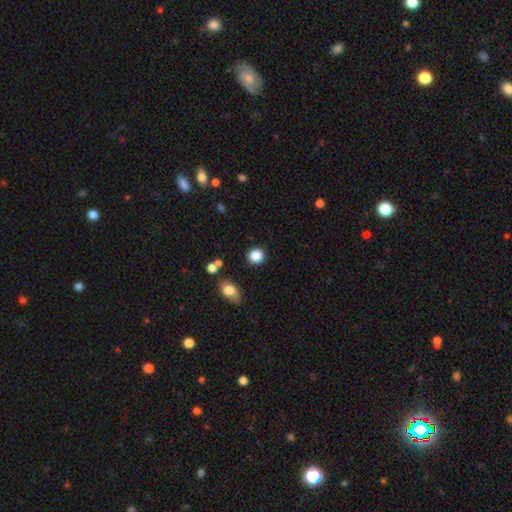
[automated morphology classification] smooth-or-featured: smooth: 86% | star or artifact: 10% | featured or disk: 4%
  how-rounded: round: 87% | in between: 12% | cigar-shaped: 1%
  merging: none: 87% | minor disturbance: 8% | major disturbance: 3% | merger: 3%